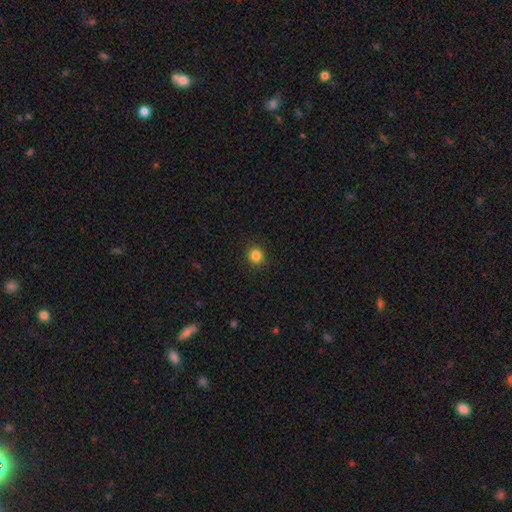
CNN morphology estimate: A smooth galaxy with no disk features (85%) that is round (92%). Merging: none (91%).